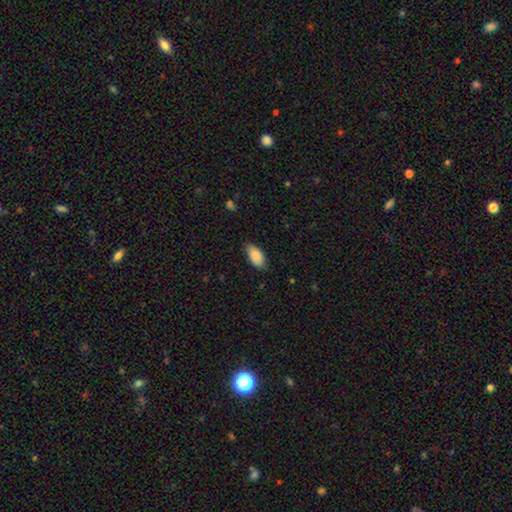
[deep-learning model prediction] This is clearly a smooth galaxy (87%). How rounded: clearly in between (94%). Merging: likely none (75%).